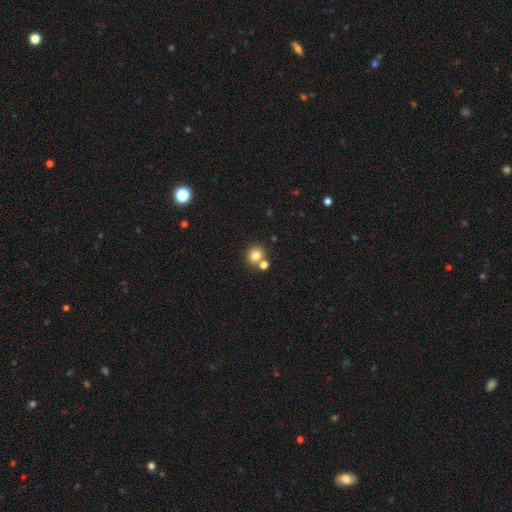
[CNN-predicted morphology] A smooth galaxy with no disk features (79%) that is round (87%).

Vote fractions:
- Smooth or featured? smooth: 79% / star or artifact: 12% / featured or disk: 9%
- How rounded? round: 87% / in between: 12% / cigar-shaped: 1%
- Merging? none: 65% / merger: 25% / minor disturbance: 8% / major disturbance: 3%